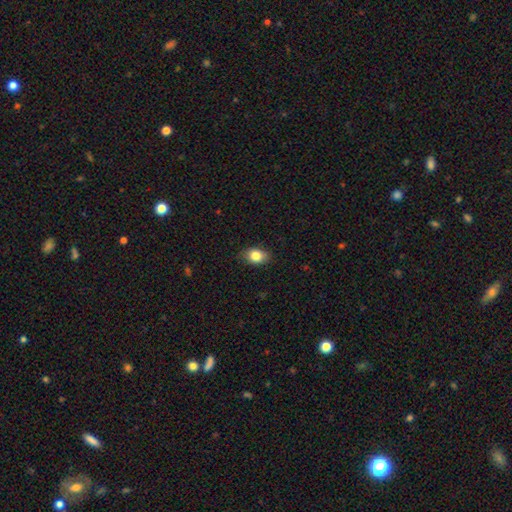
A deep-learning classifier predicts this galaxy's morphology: Overall: smooth (83%). How rounded: in between (76%). Merging: none (83%).